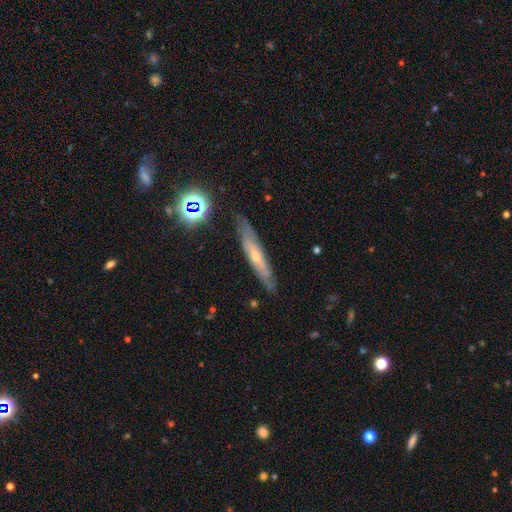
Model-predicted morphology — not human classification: Q: Smooth or featured?
A: featured or disk (62%); runner-up: smooth (27%)
Q: Edge-on disk?
A: yes (72%); runner-up: no (28%)
Q: Merging?
A: none (82%); runner-up: minor disturbance (14%)